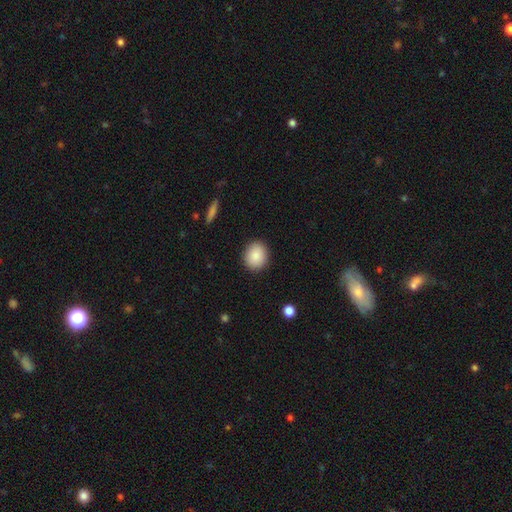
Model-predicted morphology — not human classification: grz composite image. It shows a smooth galaxy with no disk features (88%) that is round (69%). Merging: none (90%).